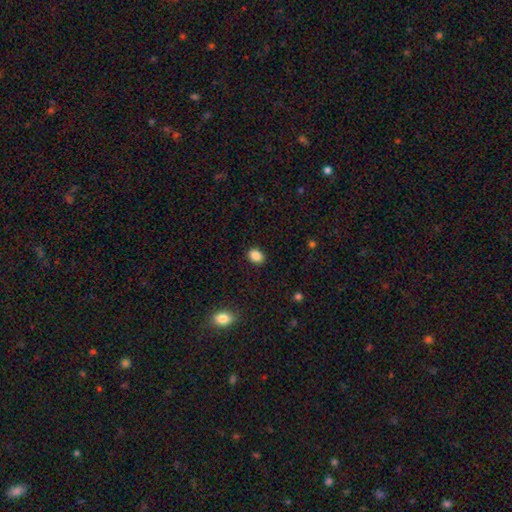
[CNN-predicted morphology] A smooth galaxy with no disk features (87%) that is in between round and cigar-shaped (64%). Merging: none (90%).